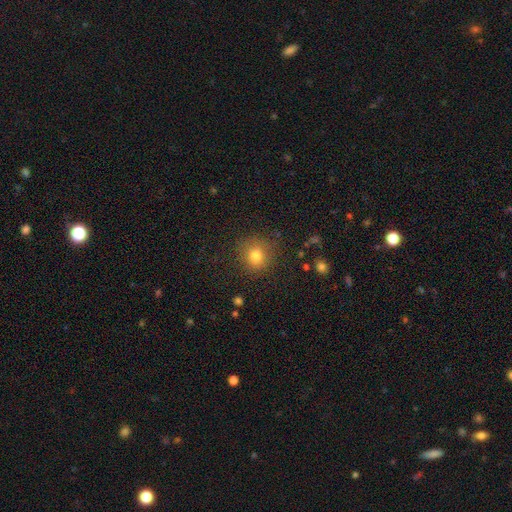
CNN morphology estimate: Smooth or featured?
  - smooth: 79% *
  - star or artifact: 13%
  - featured or disk: 8%
How rounded?
  - round: 89% *
  - in between: 10%
  - cigar-shaped: 1%
Merging?
  - none: 84% *
  - minor disturbance: 11%
  - major disturbance: 4%
  - merger: 1%